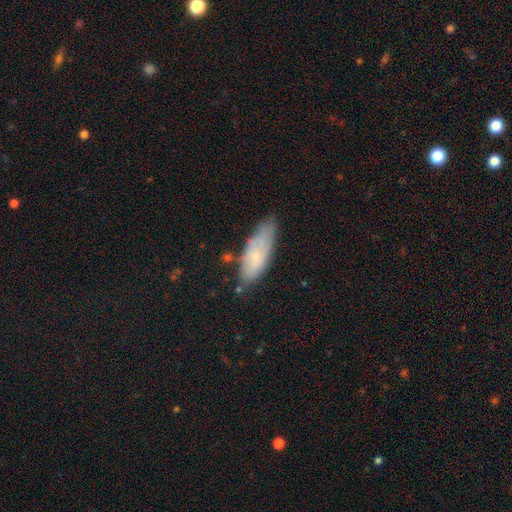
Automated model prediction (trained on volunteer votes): A smooth galaxy with no disk features (64%) that is in between round and cigar-shaped (68%). Merging: none (60%).